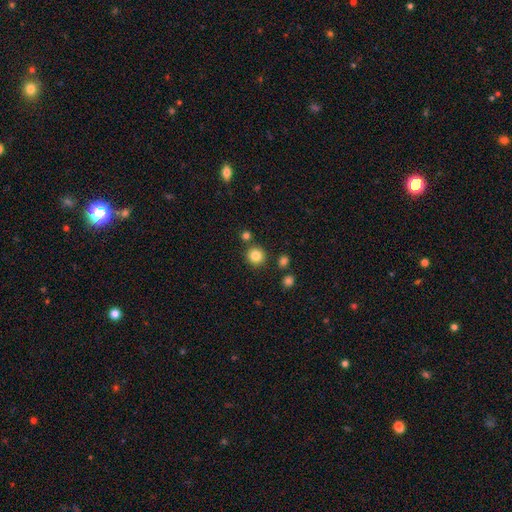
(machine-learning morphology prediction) Smooth or featured? Predicted: smooth (p=0.83). How rounded? Predicted: round (p=0.93). Merging? Predicted: none (p=0.85).